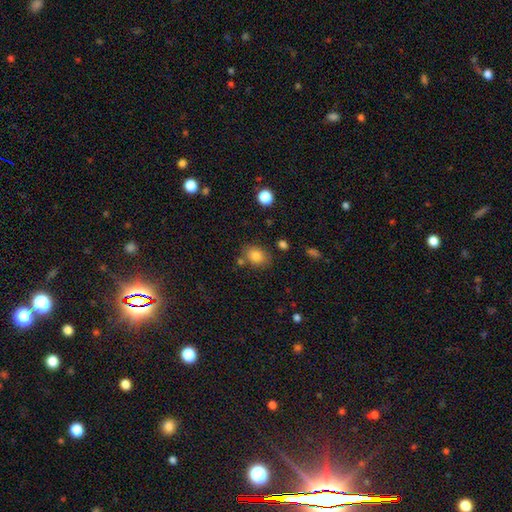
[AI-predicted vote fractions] smooth 83%, star or artifact 10%, featured or disk 7%. Down the decision tree: how rounded — in between (60%); merging — none (73%).